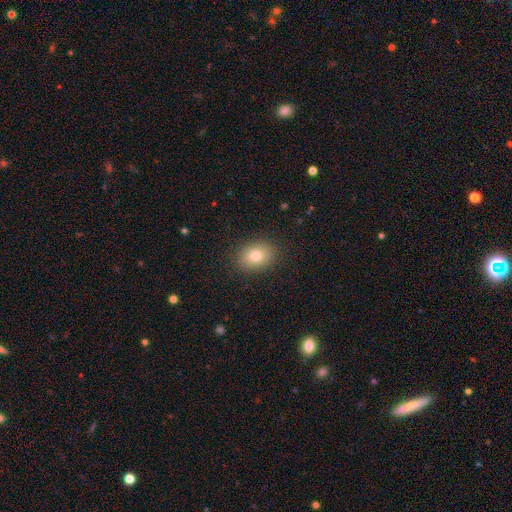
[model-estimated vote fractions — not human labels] Smooth or featured?
  - smooth: 81% *
  - featured or disk: 10%
  - star or artifact: 9%
How rounded?
  - in between: 68% *
  - round: 31%
  - cigar-shaped: 1%
Merging?
  - none: 88% *
  - minor disturbance: 9%
  - major disturbance: 3%
  - merger: 1%